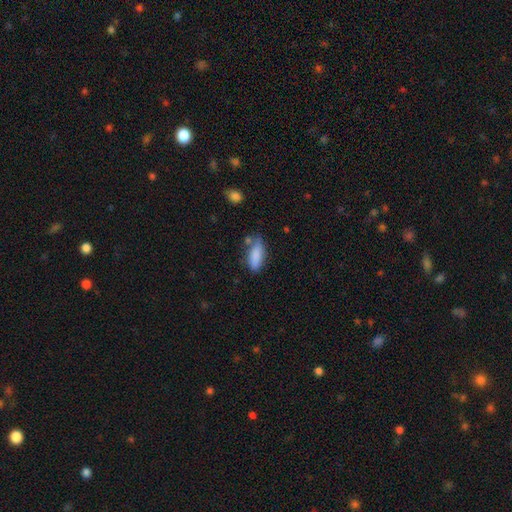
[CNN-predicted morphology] Q: Smooth or featured?
A: smooth (85%); runner-up: featured or disk (8%)
Q: How rounded?
A: in between (74%); runner-up: cigar-shaped (24%)
Q: Merging?
A: none (60%); runner-up: minor disturbance (25%)